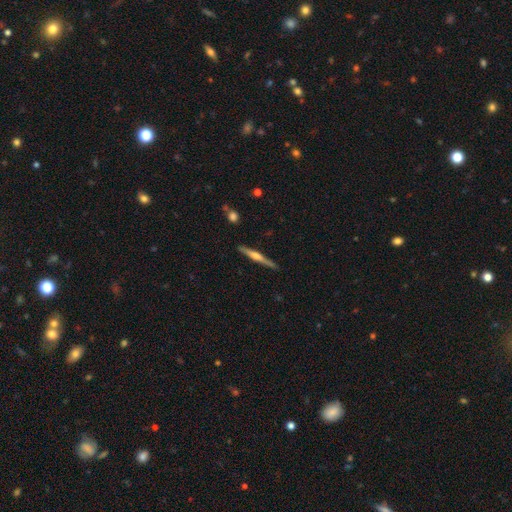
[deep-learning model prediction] Smooth or featured? Predicted: featured or disk (p=0.66). Edge-on disk? Predicted: yes (p=0.98). Edge-on bulge? Predicted: rounded (p=0.71). Merging? Predicted: none (p=0.88).